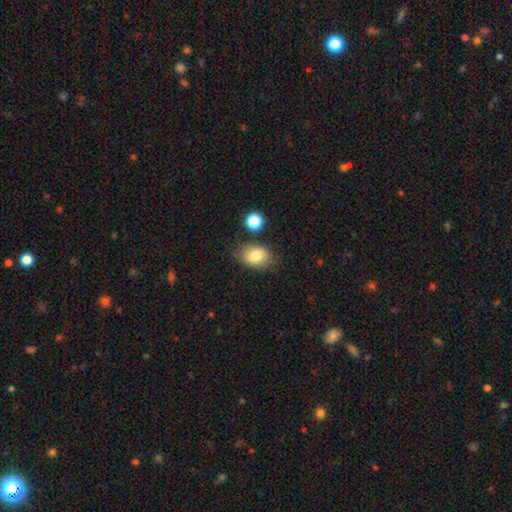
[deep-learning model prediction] This is likely a smooth galaxy (80%). How rounded: likely in between (77%). Merging: likely none (76%).